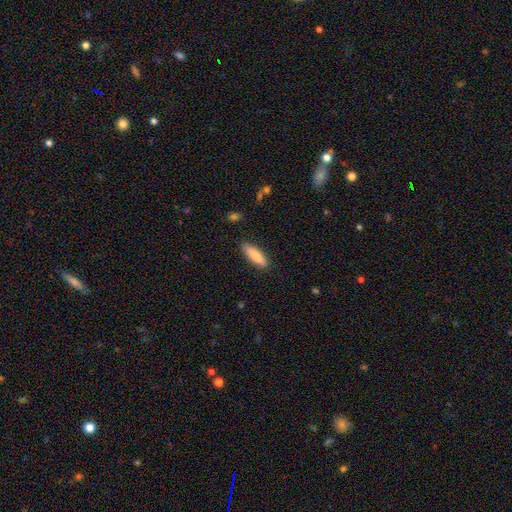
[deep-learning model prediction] Q: Smooth or featured?
A: smooth (85%); runner-up: featured or disk (9%)
Q: How rounded?
A: cigar-shaped (58%); runner-up: in between (40%)
Q: Merging?
A: none (86%); runner-up: minor disturbance (11%)